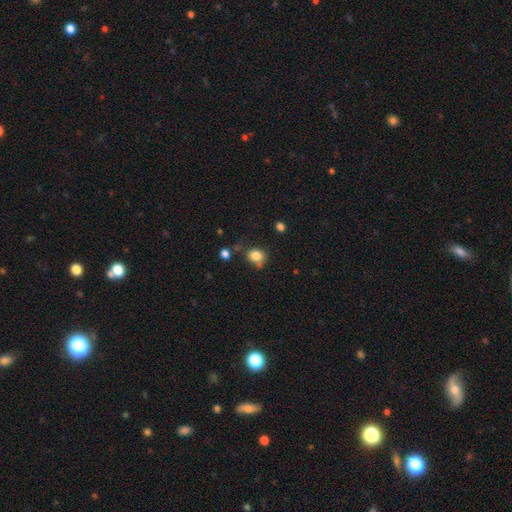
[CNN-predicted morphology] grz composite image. It shows a smooth galaxy with no disk features (82%) that is round (61%). Merging: none (60%).